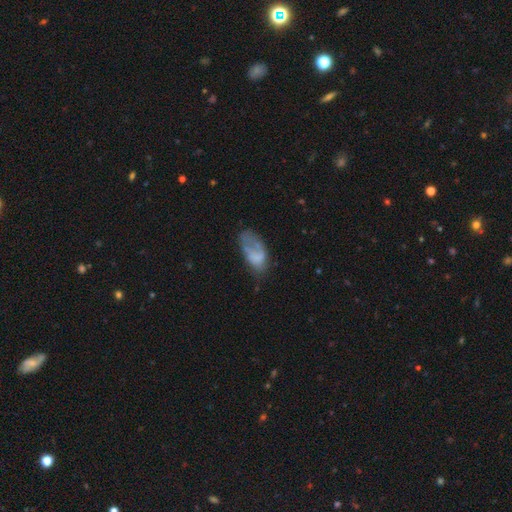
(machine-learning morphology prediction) Smooth or featured?
  - smooth: 59% *
  - featured or disk: 32%
  - star or artifact: 9%
How rounded?
  - in between: 92% *
  - cigar-shaped: 4%
  - round: 4%
Merging?
  - major disturbance: 34% *
  - none: 32%
  - minor disturbance: 29%
  - merger: 5%